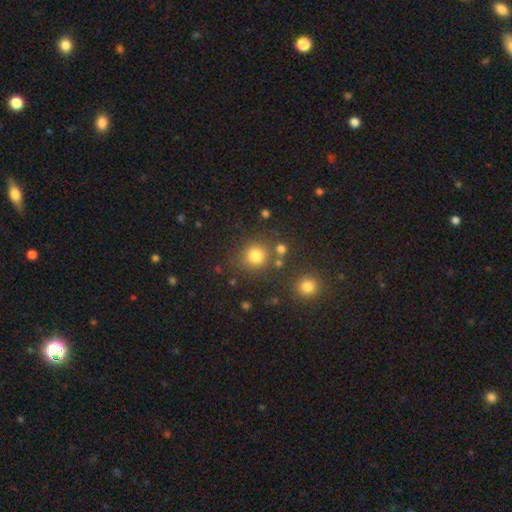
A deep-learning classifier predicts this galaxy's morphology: Overall: smooth (79%). How rounded: round (89%). Merging: none (77%).